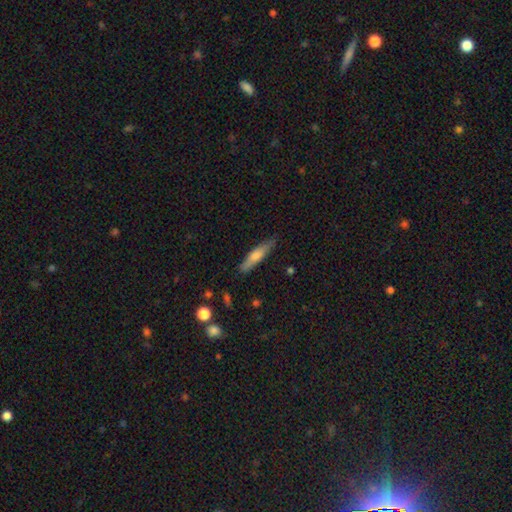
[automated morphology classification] Smooth or featured?
  - smooth: 58% *
  - featured or disk: 36%
  - star or artifact: 6%
How rounded?
  - cigar-shaped: 84% *
  - in between: 14%
  - round: 2%
Merging?
  - none: 85% *
  - minor disturbance: 11%
  - major disturbance: 2%
  - merger: 1%